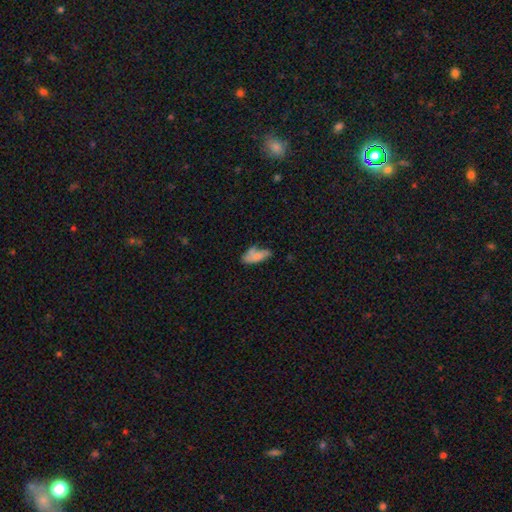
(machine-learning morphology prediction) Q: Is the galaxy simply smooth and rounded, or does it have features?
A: smooth — 70%.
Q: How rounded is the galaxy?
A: in between — 80%.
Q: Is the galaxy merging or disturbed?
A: none — 42%.